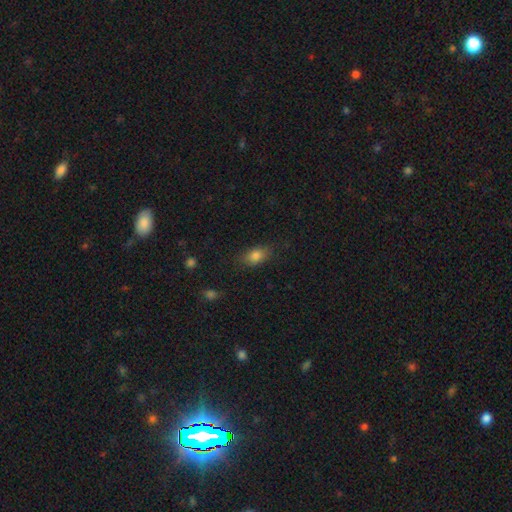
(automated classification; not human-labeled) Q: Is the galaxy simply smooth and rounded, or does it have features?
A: smooth — 81%.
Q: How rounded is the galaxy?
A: in between — 84%.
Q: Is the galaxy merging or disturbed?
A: none — 81%.